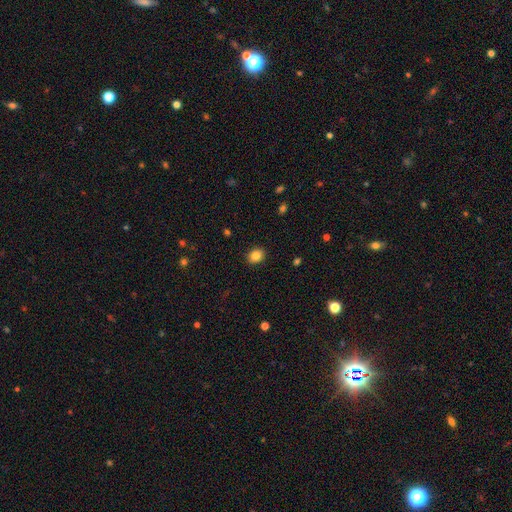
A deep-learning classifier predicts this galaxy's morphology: type=smooth (85%); roundness=round (58%); merging=none (90%).